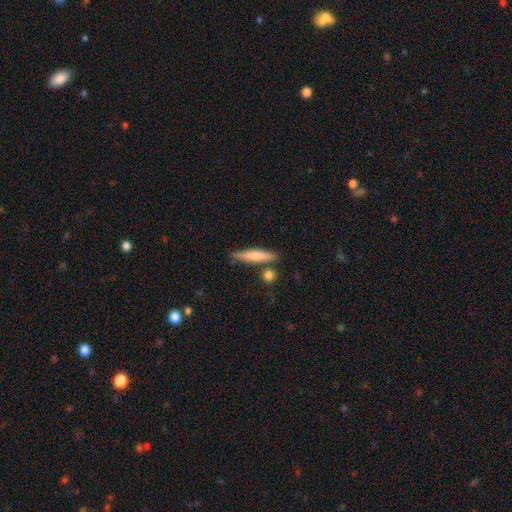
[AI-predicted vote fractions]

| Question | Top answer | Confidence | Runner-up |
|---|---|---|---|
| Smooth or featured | smooth | 71% | featured or disk (23%) |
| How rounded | cigar-shaped | 85% | in between (13%) |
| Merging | none | 77% | minor disturbance (12%) |